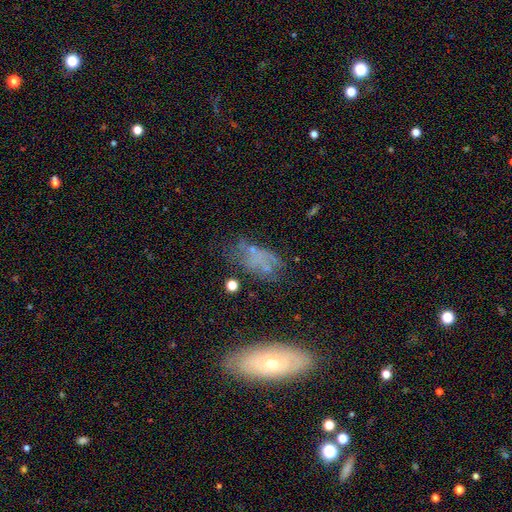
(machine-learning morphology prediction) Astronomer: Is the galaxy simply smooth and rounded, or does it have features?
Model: smooth — 43% (runner-up: featured or disk, 39%).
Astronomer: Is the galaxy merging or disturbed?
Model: none — 48%.